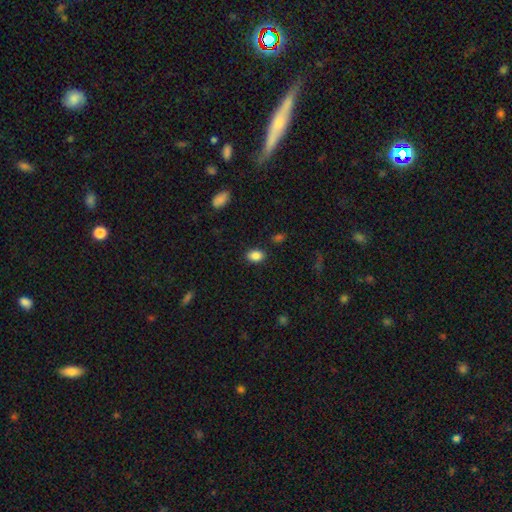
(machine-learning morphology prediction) smooth 87%, star or artifact 9%, featured or disk 5%. Down the decision tree: how rounded — in between (76%); merging — none (86%).